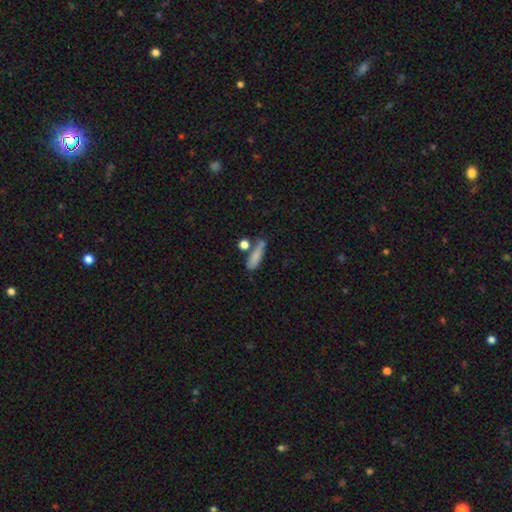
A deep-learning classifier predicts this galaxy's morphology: smooth-or-featured: smooth: 79% | featured or disk: 13% | star or artifact: 9%
  how-rounded: cigar-shaped: 56% | in between: 38% | round: 6%
  merging: none: 60% | minor disturbance: 18% | merger: 16% | major disturbance: 7%